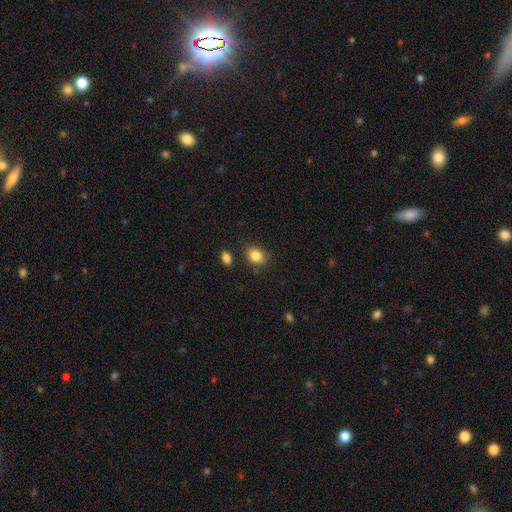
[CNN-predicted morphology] smooth 84%, star or artifact 10%, featured or disk 6%. Down the decision tree: how rounded — in between (53%); merging — none (80%).